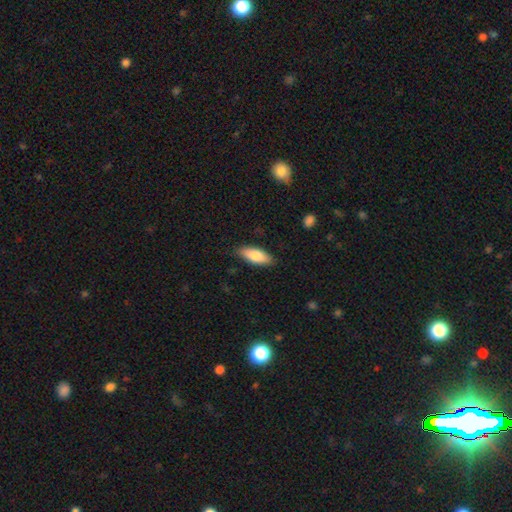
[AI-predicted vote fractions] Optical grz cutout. It shows a smooth galaxy with no disk features (77%) that is in between round and cigar-shaped (73%). Merging: none (85%).